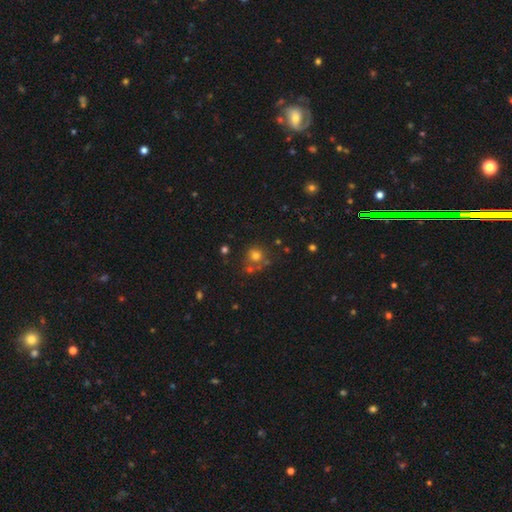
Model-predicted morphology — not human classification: The model was most divided on "merging": none: 63%, merger: 19%, minor disturbance: 13%, major disturbance: 6%. More confident: how rounded — round (87%); smooth or featured — smooth (71%).